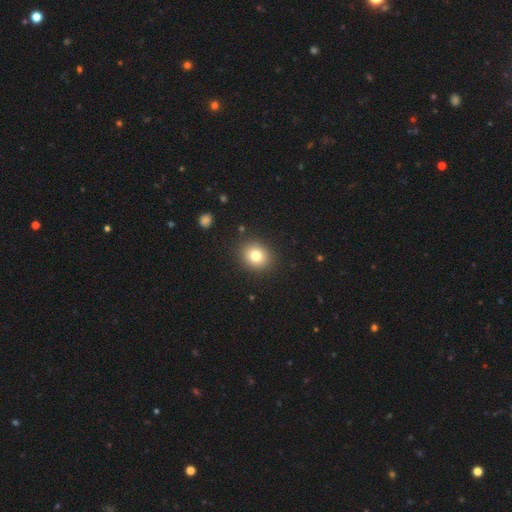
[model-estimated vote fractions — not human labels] Overall: smooth (79%). How rounded: round (73%). Merging: none (89%).